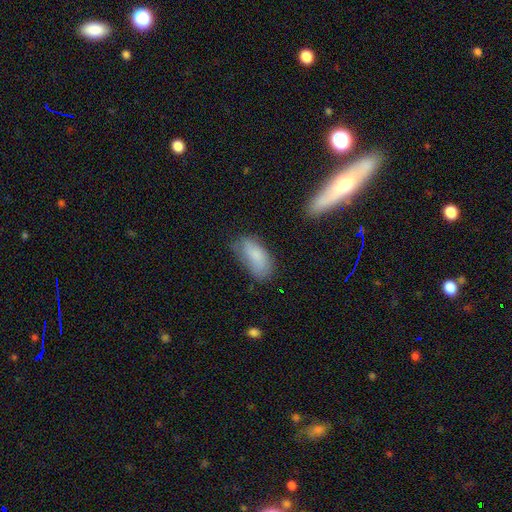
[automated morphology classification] Smooth or featured: smooth — 79% (featured or disk — 13%)
How rounded: in between — 90% (cigar-shaped — 8%)
Merging: none — 53% (minor disturbance — 32%)